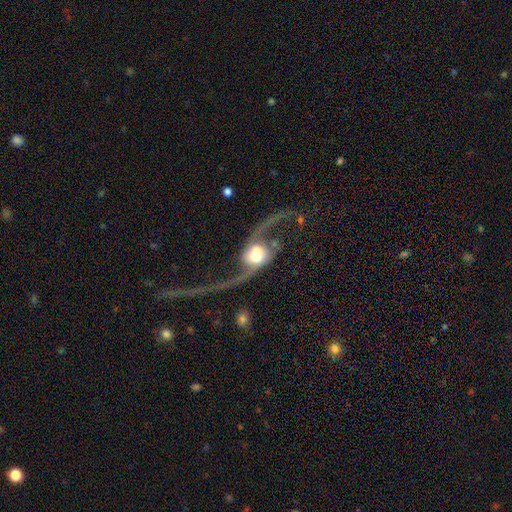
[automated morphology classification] Smooth or featured?
  - featured or disk: 84% *
  - smooth: 10%
  - star or artifact: 5%
Edge-on disk?
  - no: 94% *
  - yes: 6%
Bar?
  - no: 53% *
  - weak: 30%
  - strong: 17%
Spiral arms?
  - yes: 92% *
  - no: 8%
Spiral winding?
  - loose: 92% *
  - medium: 6%
  - tight: 2%
Spiral arm count?
  - 2: 92% *
  - 1: 3%
  - can't tell: 1%
  - 3: 1%
  - 4: 1%
  - more than 4: 1%
Bulge size?
  - large: 42% *
  - moderate: 27%
  - dominant: 21%
  - small: 7%
  - none: 3%
Merging?
  - none: 39% *
  - major disturbance: 35%
  - minor disturbance: 13%
  - merger: 12%